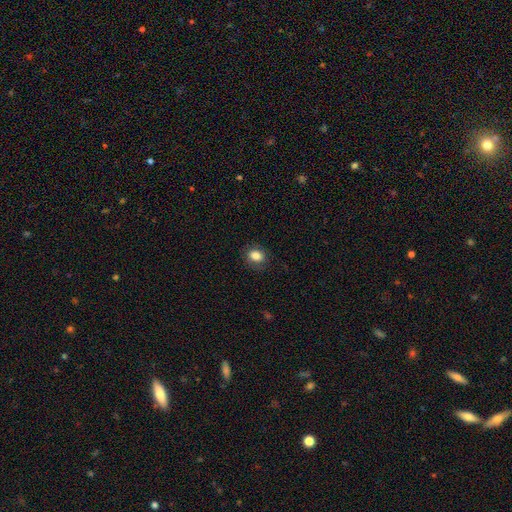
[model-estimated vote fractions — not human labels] smooth 83%, star or artifact 9%, featured or disk 8%. Down the decision tree: how rounded — in between (51%); merging — none (83%).